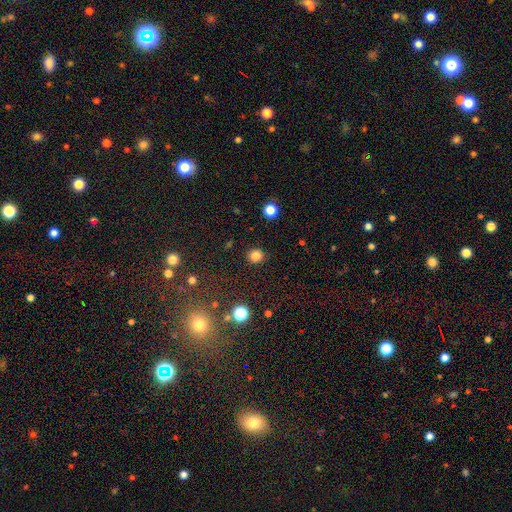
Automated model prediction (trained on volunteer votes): smooth 83%, star or artifact 13%, featured or disk 4%. Down the decision tree: how rounded — round (90%); merging — none (90%).